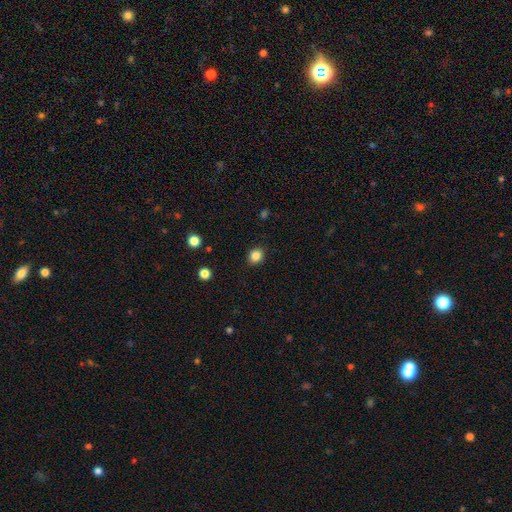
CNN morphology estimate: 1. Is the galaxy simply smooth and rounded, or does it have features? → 85% smooth, 11% star or artifact, 4% featured or disk.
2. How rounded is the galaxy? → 73% round, 26% in between, 1% cigar-shaped.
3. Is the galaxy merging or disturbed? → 90% none, 7% minor disturbance, 2% major disturbance, 1% merger.